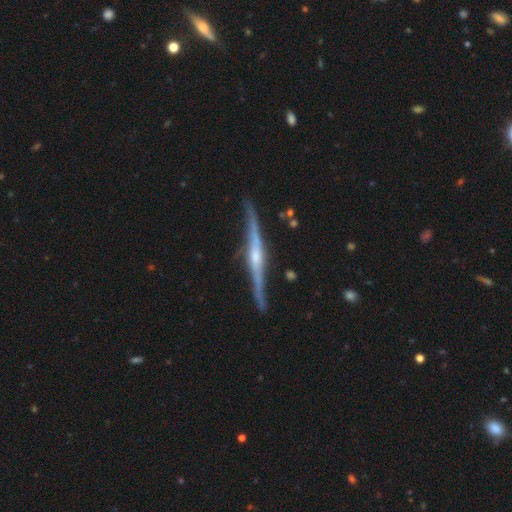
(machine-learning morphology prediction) Smooth or featured: featured or disk — 87% (smooth — 8%)
Edge-on disk: yes — 97% (no — 3%)
Edge-on bulge: rounded — 78% (boxy — 12%)
Merging: none — 84% (minor disturbance — 12%)